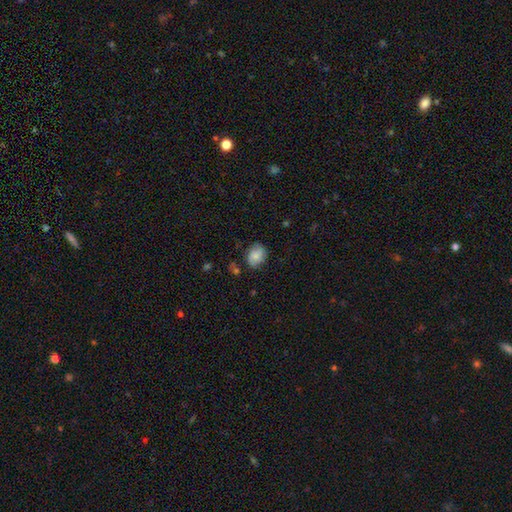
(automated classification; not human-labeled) This is likely a smooth galaxy (62%). How rounded: possibly in between (52%). Merging: likely none (71%).